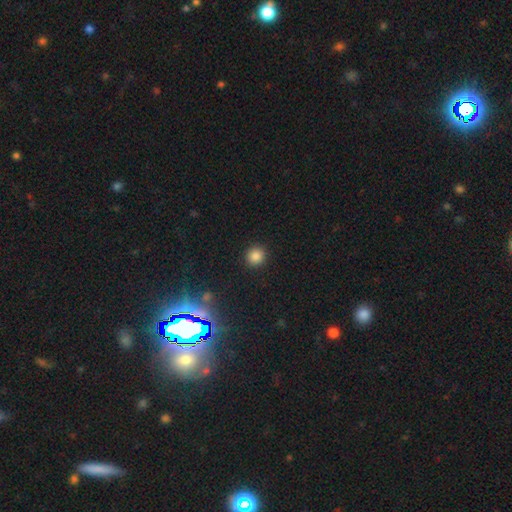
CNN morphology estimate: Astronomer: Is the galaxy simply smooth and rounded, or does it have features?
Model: smooth — 84%.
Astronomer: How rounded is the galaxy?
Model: round — 91%.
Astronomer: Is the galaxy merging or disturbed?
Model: none — 91%.